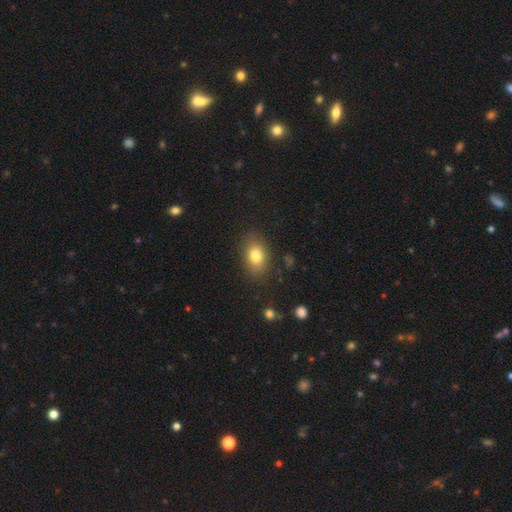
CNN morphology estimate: Smooth or featured? Predicted: smooth (p=0.80). How rounded? Predicted: in between (p=0.79). Merging? Predicted: none (p=0.80).